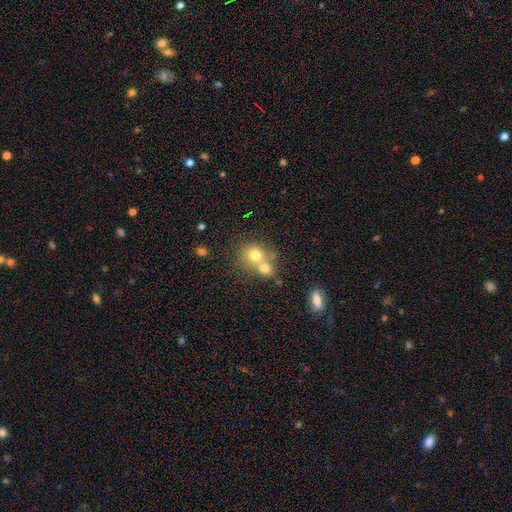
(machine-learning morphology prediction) Smooth or featured? Predicted: smooth (p=0.71). How rounded? Predicted: round (p=0.76). Merging? Predicted: merger (p=0.58).